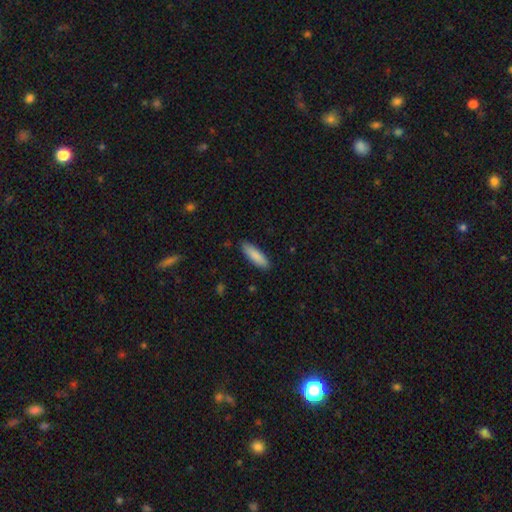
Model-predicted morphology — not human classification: Smooth or featured? Predicted: smooth (p=0.87). How rounded? Predicted: cigar-shaped (p=0.58). Merging? Predicted: none (p=0.87).